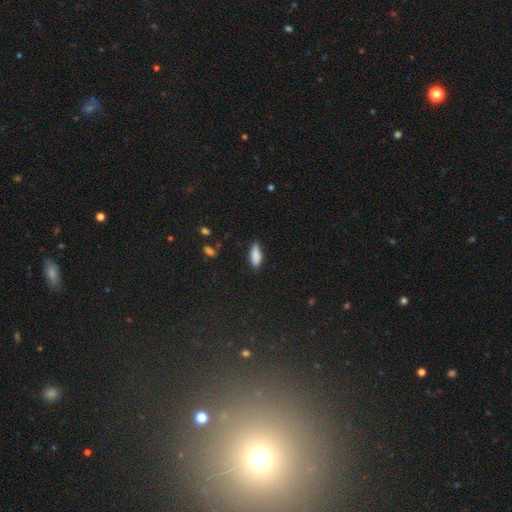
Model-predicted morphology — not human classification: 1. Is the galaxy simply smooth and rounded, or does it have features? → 86% smooth, 7% star or artifact, 6% featured or disk.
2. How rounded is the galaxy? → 68% in between, 30% cigar-shaped, 2% round.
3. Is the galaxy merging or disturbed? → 76% none, 19% minor disturbance, 3% major disturbance, 2% merger.